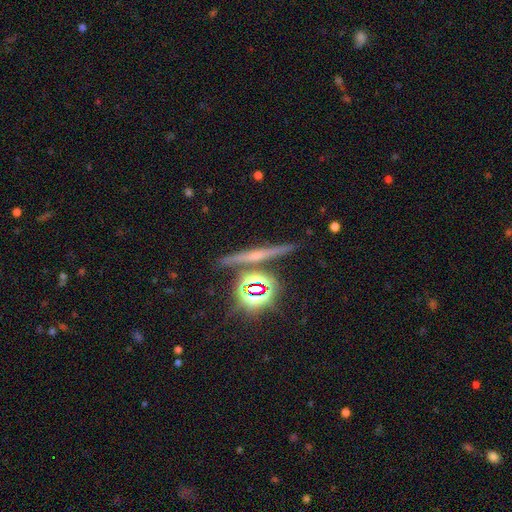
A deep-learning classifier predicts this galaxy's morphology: Smooth or featured: featured or disk — 44% (star or artifact — 29%)
Merging: none — 84% (minor disturbance — 8%)